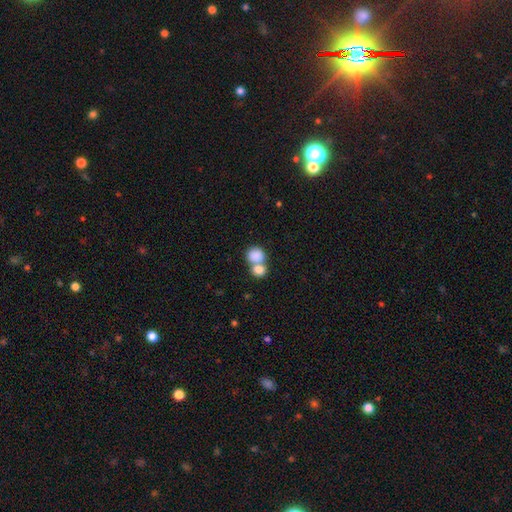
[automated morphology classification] This is clearly a smooth galaxy (83%). How rounded: likely round (65%). Merging: likely merger (61%).